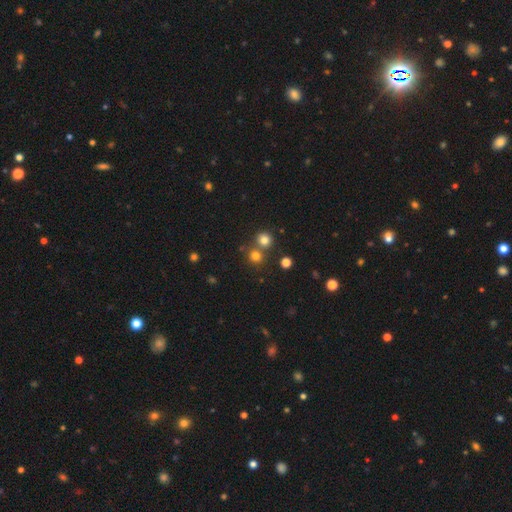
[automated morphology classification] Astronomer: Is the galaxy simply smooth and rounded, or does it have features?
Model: smooth — 75%.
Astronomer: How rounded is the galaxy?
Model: round — 90%.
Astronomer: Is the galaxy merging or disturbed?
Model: none — 66%.